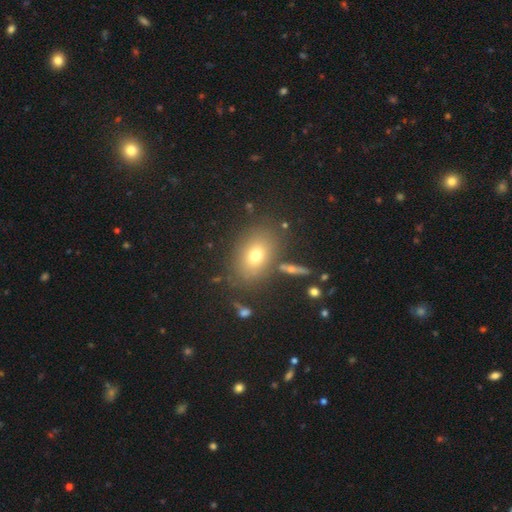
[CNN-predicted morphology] Q: Smooth or featured?
A: smooth (70%); runner-up: featured or disk (15%)
Q: How rounded?
A: in between (67%); runner-up: round (31%)
Q: Merging?
A: none (80%); runner-up: minor disturbance (10%)